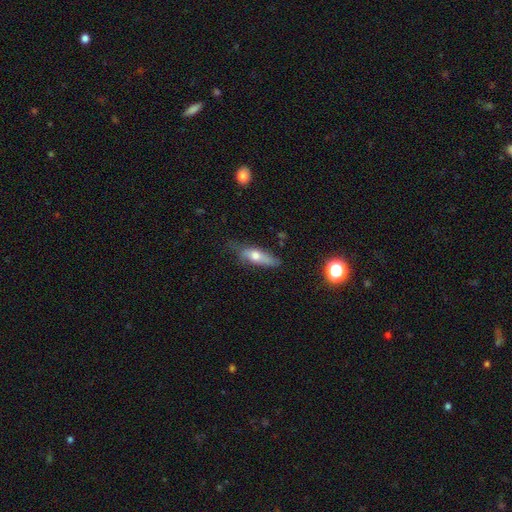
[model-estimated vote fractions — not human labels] smooth-or-featured: smooth: 58% | featured or disk: 34% | star or artifact: 7%
  how-rounded: cigar-shaped: 54% | in between: 43% | round: 3%
  merging: none: 62% | minor disturbance: 28% | major disturbance: 8% | merger: 2%